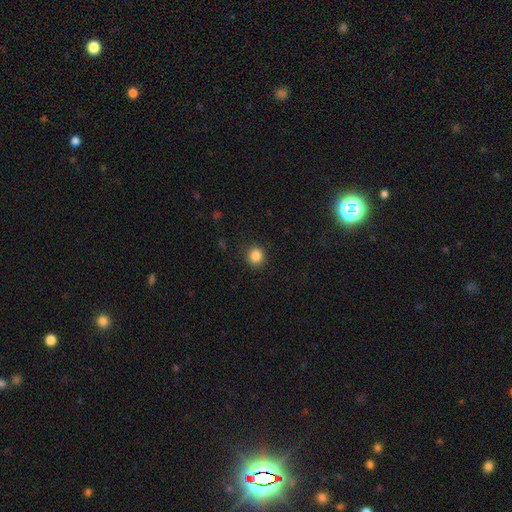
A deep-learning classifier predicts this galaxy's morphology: The model was most divided on "smooth or featured": smooth: 85%, star or artifact: 11%, featured or disk: 4%. More confident: merging — none (90%); how rounded — round (90%).